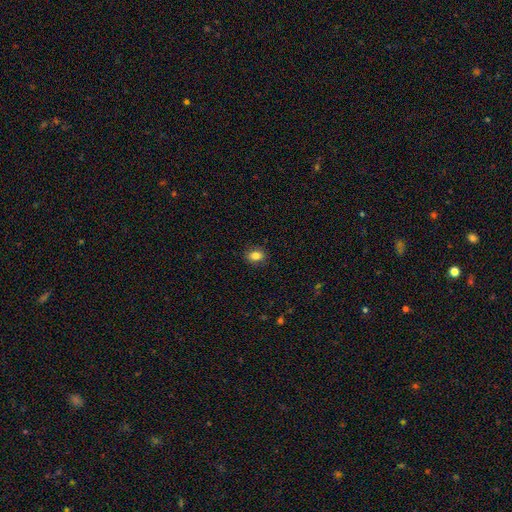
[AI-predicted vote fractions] Overall: smooth (83%). How rounded: in between (68%; round 30%). Merging: none (88%).